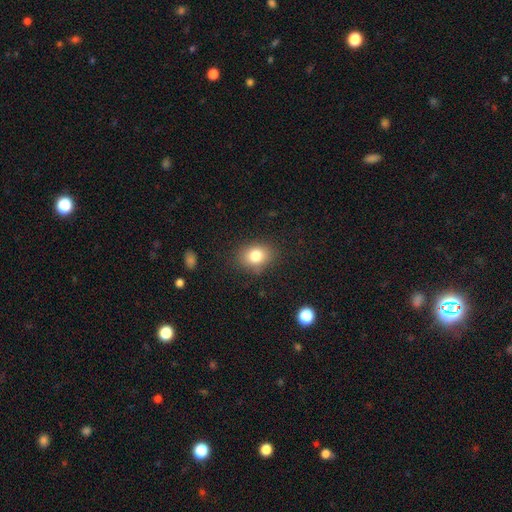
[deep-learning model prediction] Smooth or featured?
  - smooth: 81% *
  - star or artifact: 10%
  - featured or disk: 9%
How rounded?
  - in between: 52% *
  - round: 47%
  - cigar-shaped: 1%
Merging?
  - none: 82% *
  - minor disturbance: 12%
  - major disturbance: 4%
  - merger: 1%